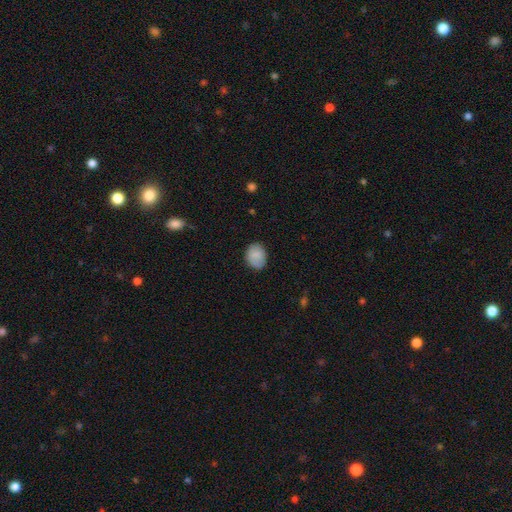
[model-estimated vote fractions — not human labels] smooth 83%, featured or disk 10%, star or artifact 8%. Down the decision tree: how rounded — in between (55%); merging — none (77%).